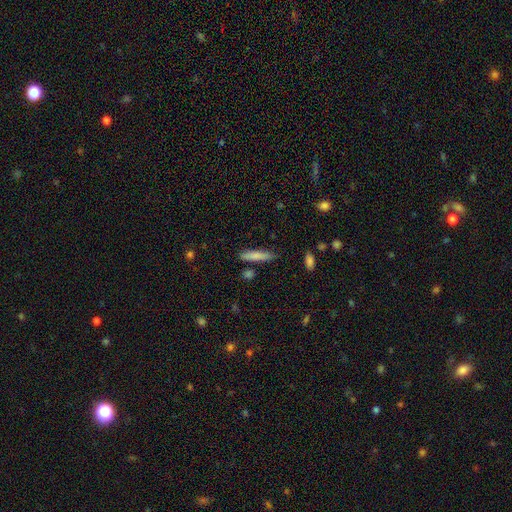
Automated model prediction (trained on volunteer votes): This appears to be a smooth galaxy with no disk features (80%) that is cigar-shaped (86%). Merging: none (81%).